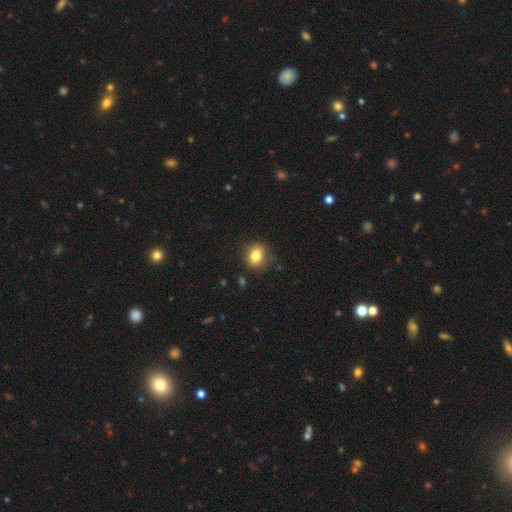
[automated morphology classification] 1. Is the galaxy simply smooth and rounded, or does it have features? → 82% smooth, 10% star or artifact, 8% featured or disk.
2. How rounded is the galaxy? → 59% round, 40% in between, 1% cigar-shaped.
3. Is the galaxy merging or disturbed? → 83% none, 12% minor disturbance, 3% major disturbance, 2% merger.